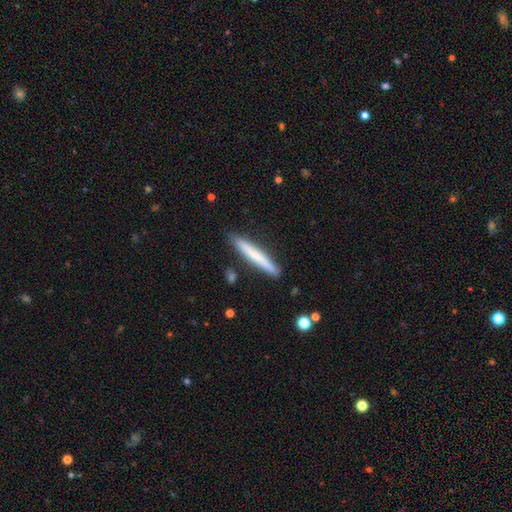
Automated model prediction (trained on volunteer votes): Overall: smooth (61%; featured or disk 33%). How rounded: cigar-shaped (95%). Merging: none (87%).